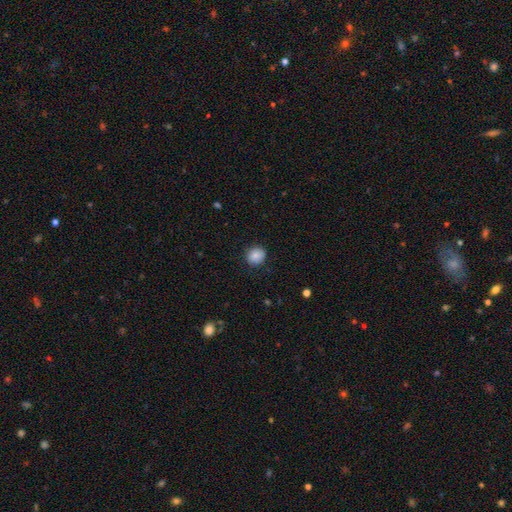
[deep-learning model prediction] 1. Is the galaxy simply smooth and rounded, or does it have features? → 83% smooth, 9% star or artifact, 8% featured or disk.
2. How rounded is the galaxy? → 85% round, 14% in between, 1% cigar-shaped.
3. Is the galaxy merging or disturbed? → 86% none, 11% minor disturbance, 3% major disturbance, 1% merger.